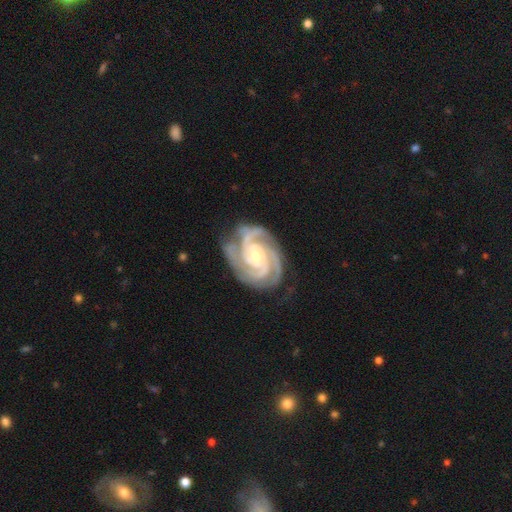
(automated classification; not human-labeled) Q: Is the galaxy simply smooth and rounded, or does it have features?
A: featured or disk — 94%.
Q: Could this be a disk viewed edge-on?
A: no — 98%.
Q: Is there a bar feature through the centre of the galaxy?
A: no — 53%.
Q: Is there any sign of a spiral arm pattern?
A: yes — 99%.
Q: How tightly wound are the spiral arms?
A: tight — 72%.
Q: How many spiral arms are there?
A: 3 — 53%.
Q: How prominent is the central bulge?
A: small — 52%.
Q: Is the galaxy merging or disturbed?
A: none — 77%.